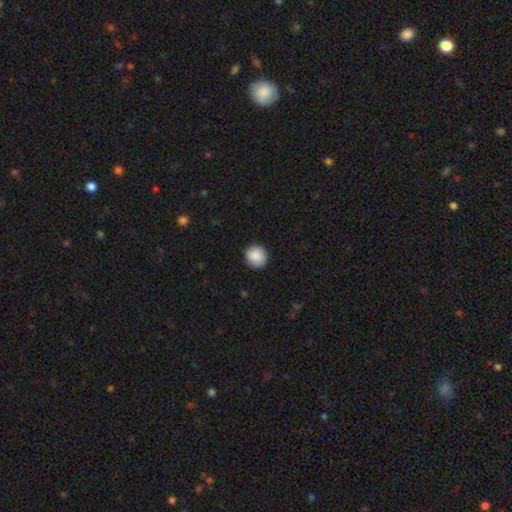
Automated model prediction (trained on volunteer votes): smooth-or-featured: smooth: 89% | star or artifact: 8% | featured or disk: 3%
  how-rounded: round: 93% | in between: 6% | cigar-shaped: 1%
  merging: none: 91% | minor disturbance: 7% | major disturbance: 2% | merger: 1%